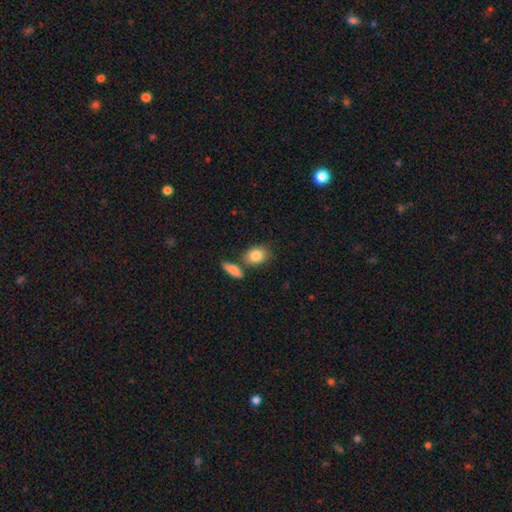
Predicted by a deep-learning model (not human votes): Smooth or featured: smooth — 84% (featured or disk — 8%)
How rounded: in between — 61% (round — 36%)
Merging: none — 65% (merger — 19%)